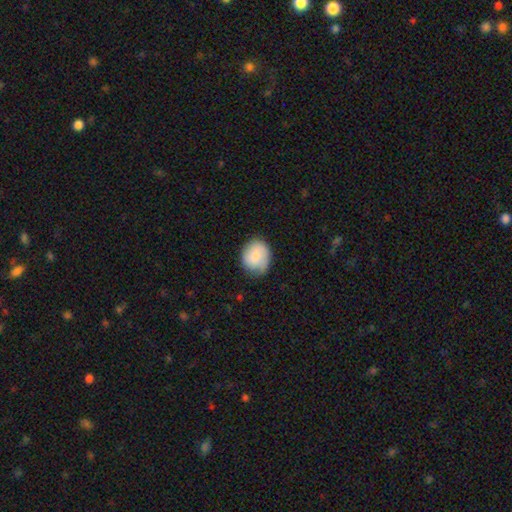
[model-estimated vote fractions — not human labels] smooth 77%, featured or disk 16%, star or artifact 7%. Down the decision tree: how rounded — round (62%); merging — none (64%).